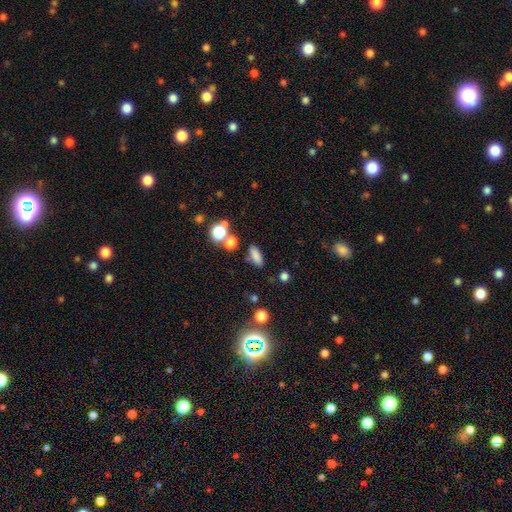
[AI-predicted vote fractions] Morphology: type=smooth (80%); roundness=in between (67%); merging=none (78%).